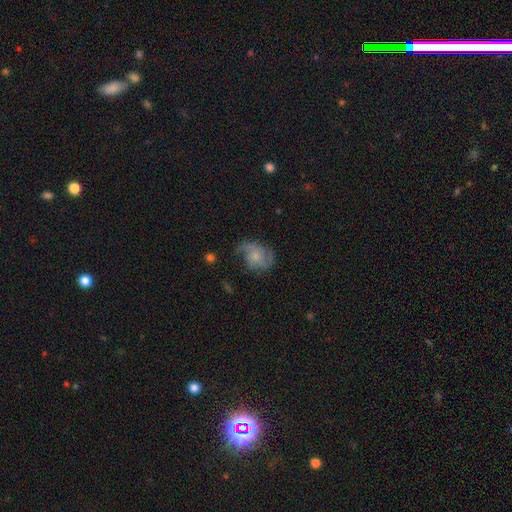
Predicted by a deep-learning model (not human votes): Smooth or featured? Predicted: featured or disk (p=0.67). Edge-on disk? Predicted: no (p=0.98). Bar? Predicted: no (p=0.75). Spiral arms? Predicted: yes (p=0.91). Spiral winding? Predicted: medium (p=0.44). Spiral arm count? Predicted: 2 (p=0.55). Bulge size? Predicted: small (p=0.51). Merging? Predicted: none (p=0.54).